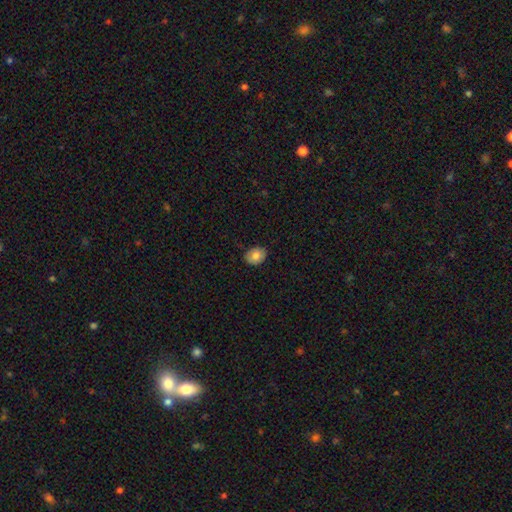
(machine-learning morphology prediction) Smooth or featured? smooth (79%)
How rounded? in between (63%)
Merging? none (83%)